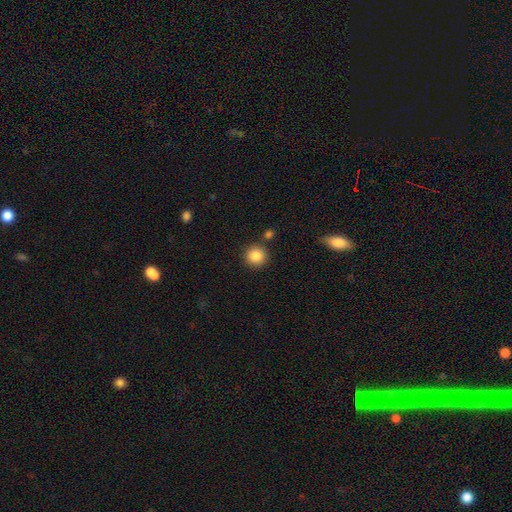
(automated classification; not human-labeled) smooth 86%, star or artifact 9%, featured or disk 5%. Down the decision tree: how rounded — round (93%); merging — none (86%).